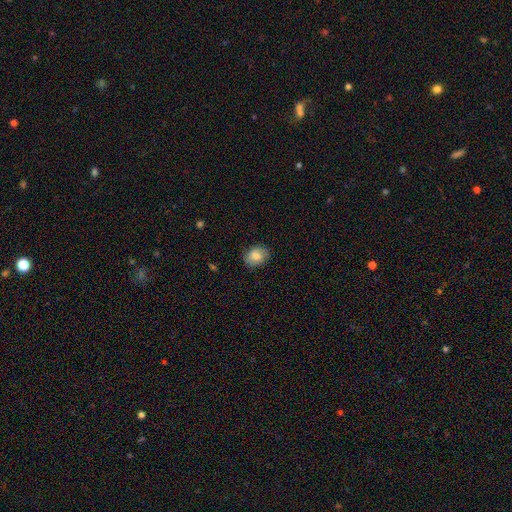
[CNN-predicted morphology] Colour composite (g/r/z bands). It shows a smooth galaxy with no disk features (82%) that is in between round and cigar-shaped (58%). Merging: none (81%).